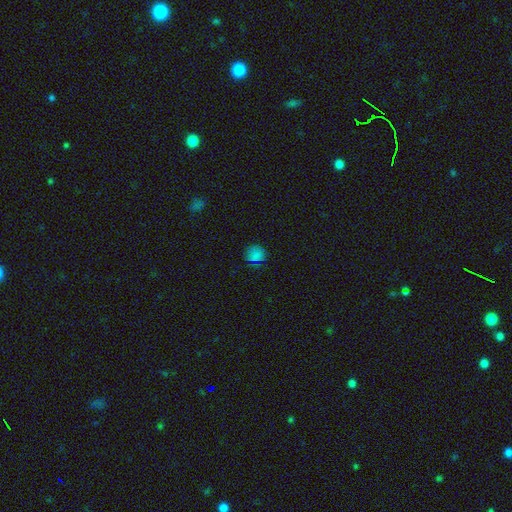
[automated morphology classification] smooth 75%, star or artifact 20%, featured or disk 5%. Down the decision tree: how rounded — round (89%); merging — none (82%).